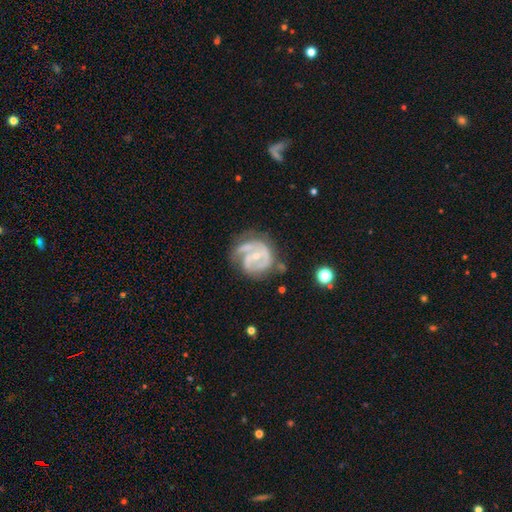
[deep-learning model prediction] Smooth or featured?
  - featured or disk: 82% *
  - smooth: 12%
  - star or artifact: 6%
Edge-on disk?
  - no: 98% *
  - yes: 2%
Bar?
  - no: 46% *
  - weak: 39%
  - strong: 15%
Spiral arms?
  - yes: 90% *
  - no: 10%
Spiral winding?
  - tight: 48% *
  - medium: 39%
  - loose: 13%
Spiral arm count?
  - 2: 37% *
  - 3: 22%
  - can't tell: 19%
  - 1: 16%
  - 4: 3%
  - more than 4: 3%
Bulge size?
  - small: 65% *
  - moderate: 31%
  - none: 2%
  - large: 1%
  - dominant: 1%
Merging?
  - none: 46% *
  - minor disturbance: 26%
  - major disturbance: 23%
  - merger: 5%